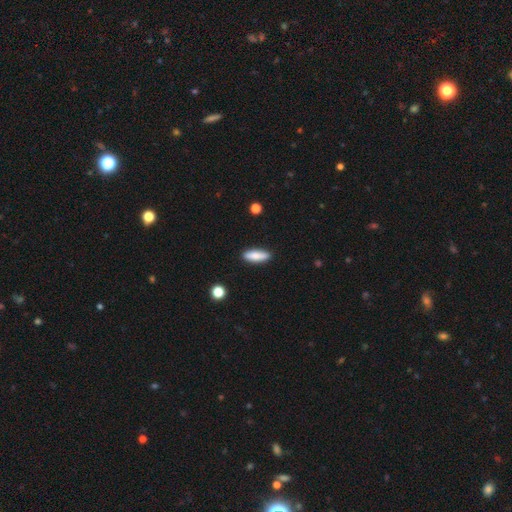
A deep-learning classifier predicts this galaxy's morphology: This appears to be a smooth galaxy with no disk features (81%) that is cigar-shaped (51%). Merging: none (86%).